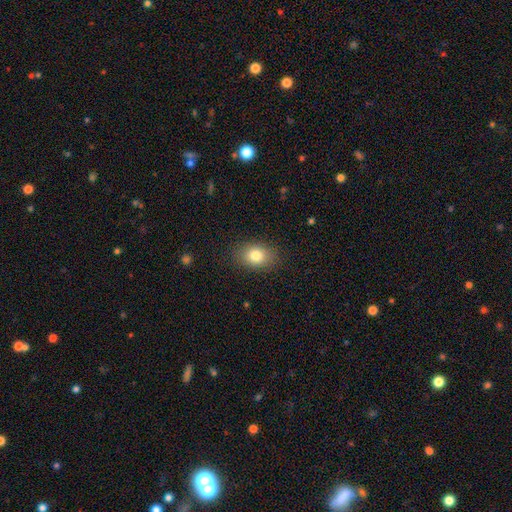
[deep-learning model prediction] A smooth galaxy with no disk features (82%) that is in between round and cigar-shaped (72%).

Vote fractions:
- Smooth or featured? smooth: 82% / star or artifact: 9% / featured or disk: 9%
- How rounded? in between: 72% / round: 27% / cigar-shaped: 1%
- Merging? none: 86% / minor disturbance: 10% / major disturbance: 3% / merger: 1%